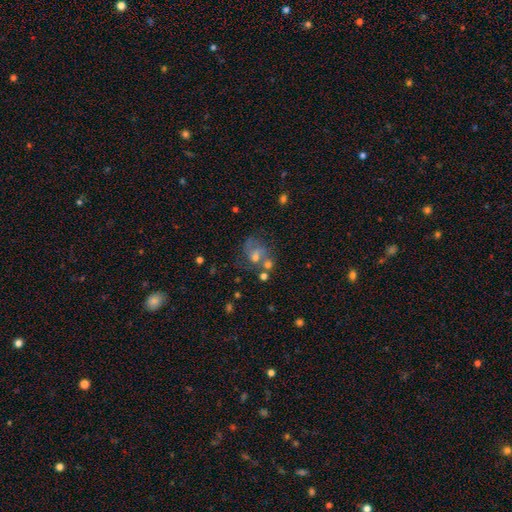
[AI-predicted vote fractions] Q: Smooth or featured?
A: featured or disk (49%); runner-up: smooth (29%)
Q: Merging?
A: none (43%); runner-up: major disturbance (21%)